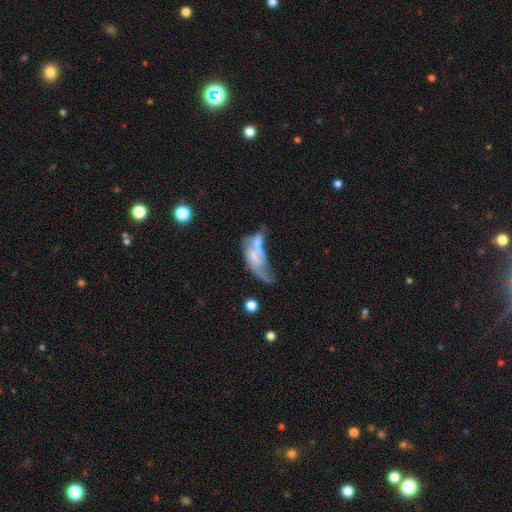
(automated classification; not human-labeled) This is possibly a featured or disk galaxy (51%). It is clearly not viewed edge-on (89%). Merging: possibly merger (53%).